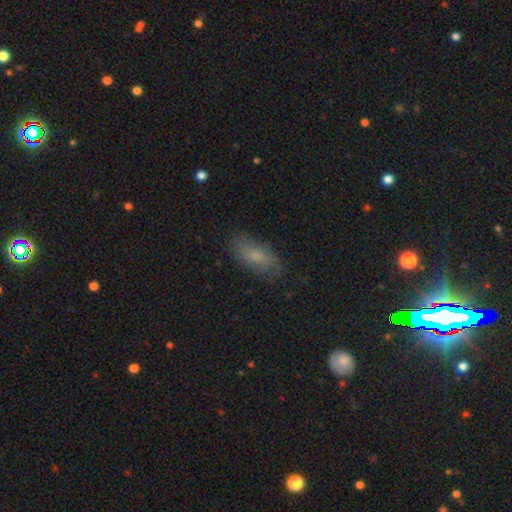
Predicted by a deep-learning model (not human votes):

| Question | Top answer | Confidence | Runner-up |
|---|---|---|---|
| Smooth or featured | smooth | 72% | featured or disk (19%) |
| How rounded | in between | 80% | cigar-shaped (17%) |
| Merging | none | 79% | minor disturbance (16%) |